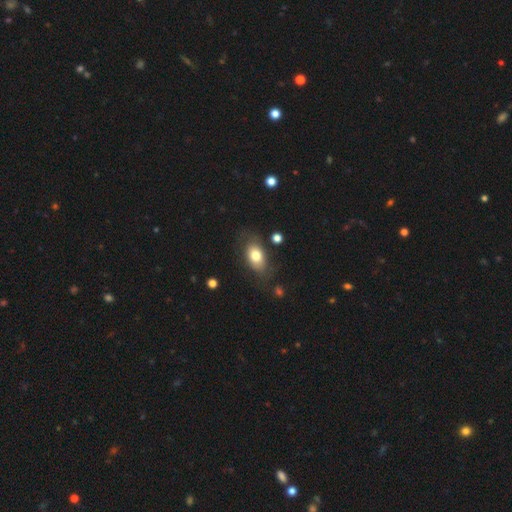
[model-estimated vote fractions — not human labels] Smooth or featured: smooth — 75% (featured or disk — 17%)
How rounded: in between — 87% (round — 11%)
Merging: none — 71% (minor disturbance — 19%)